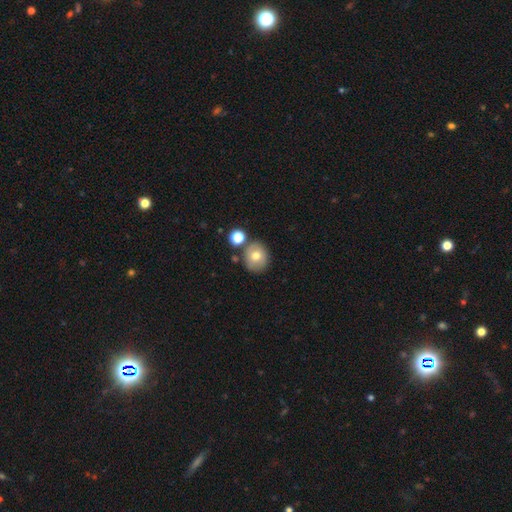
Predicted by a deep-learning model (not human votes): A smooth galaxy with no disk features (70%) that is round (77%). Merging: none (70%).